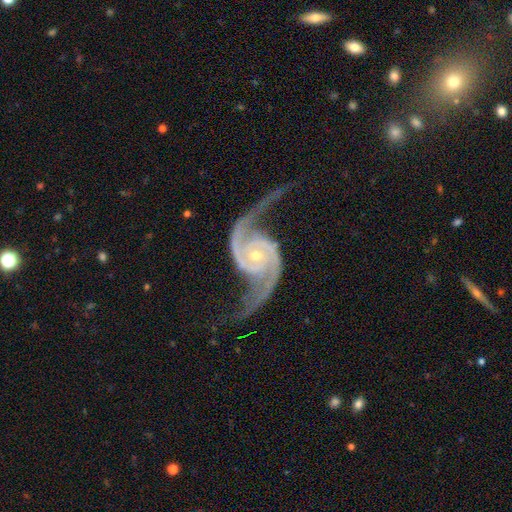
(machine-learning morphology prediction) featured or disk 94%, star or artifact 4%, smooth 2%. Down the decision tree: edge-on disk — no (98%); bar — no (67%); spiral arms — yes (99%); spiral arm count — 2 (94%); spiral winding — loose (46%); bulge size — small (59%); merging — none (68%).